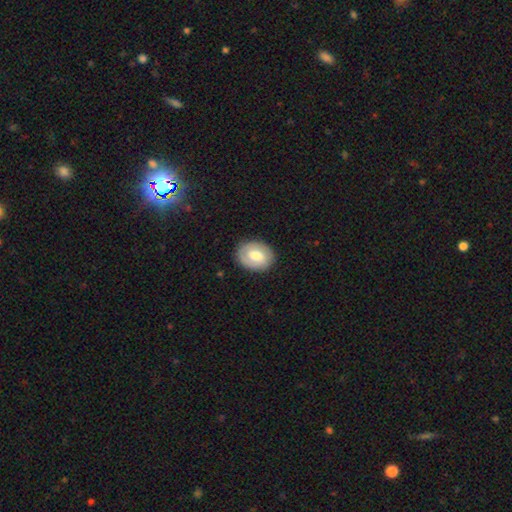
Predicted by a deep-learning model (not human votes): A smooth galaxy with no disk features (55%) that is in between round and cigar-shaped (55%). Merging: none (85%).